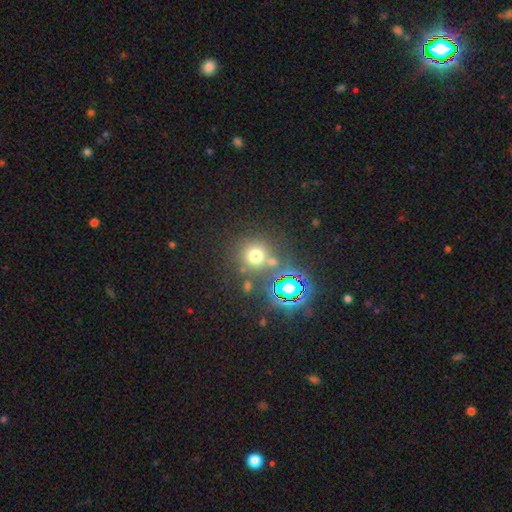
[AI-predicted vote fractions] Morphology: type=smooth (63%); roundness=round (90%); merging=none (69%).